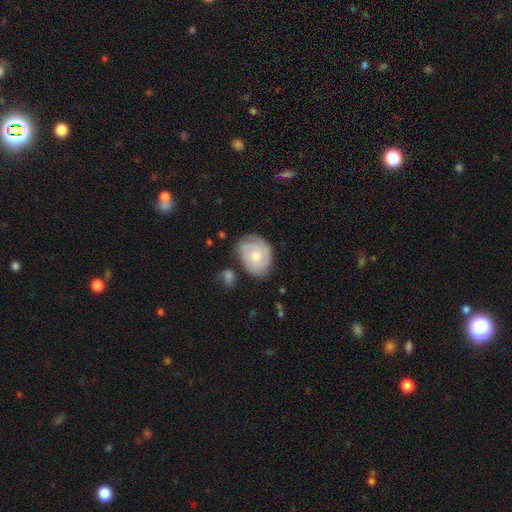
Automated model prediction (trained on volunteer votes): A featured or disk galaxy (50%). Merging: none (66%).